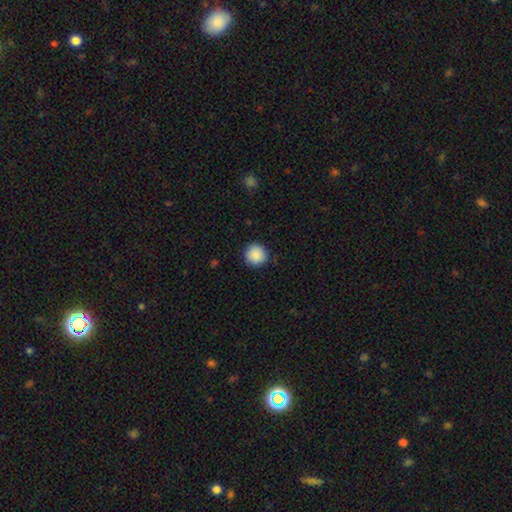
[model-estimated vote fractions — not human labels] Smooth or featured?
  - smooth: 89% *
  - star or artifact: 8%
  - featured or disk: 3%
How rounded?
  - round: 95% *
  - in between: 4%
  - cigar-shaped: 1%
Merging?
  - none: 90% *
  - minor disturbance: 7%
  - major disturbance: 2%
  - merger: 1%